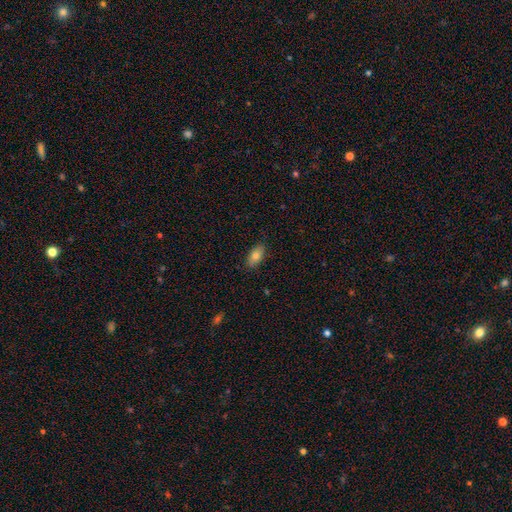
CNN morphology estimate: The model was most divided on "smooth or featured": smooth: 78%, featured or disk: 14%, star or artifact: 7%. More confident: how rounded — in between (89%); merging — none (85%).